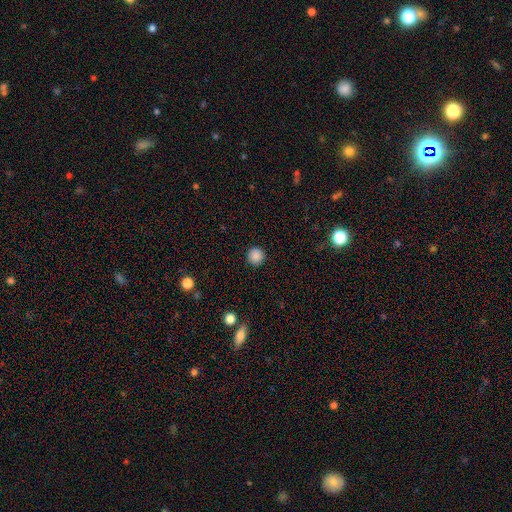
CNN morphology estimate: The model was most divided on "smooth or featured": smooth: 87%, star or artifact: 10%, featured or disk: 3%. More confident: how rounded — round (95%); merging — none (92%).